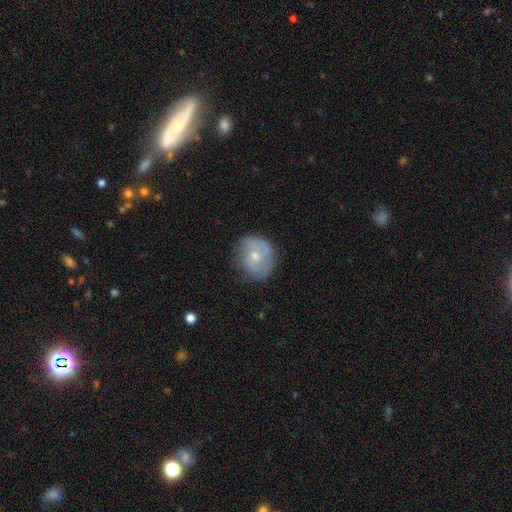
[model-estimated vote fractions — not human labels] smooth_or_featured: smooth (p=0.54) [alt: featured or disk p=0.38]
how_rounded: round (p=0.67) [alt: in between p=0.32]
merging: none (p=0.64) [alt: minor disturbance p=0.26]